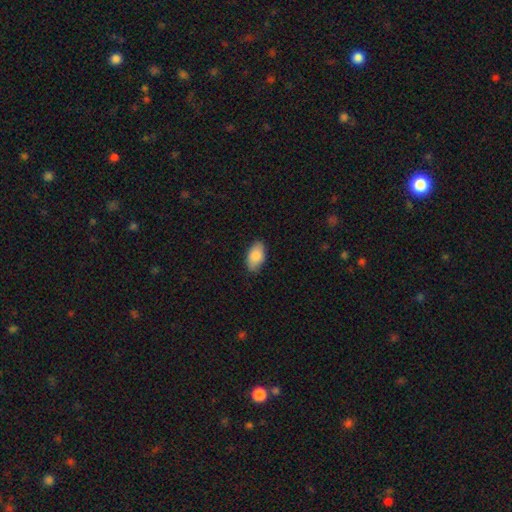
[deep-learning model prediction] Q: Smooth or featured?
A: smooth (87%); runner-up: featured or disk (7%)
Q: How rounded?
A: in between (94%); runner-up: round (4%)
Q: Merging?
A: none (83%); runner-up: minor disturbance (13%)